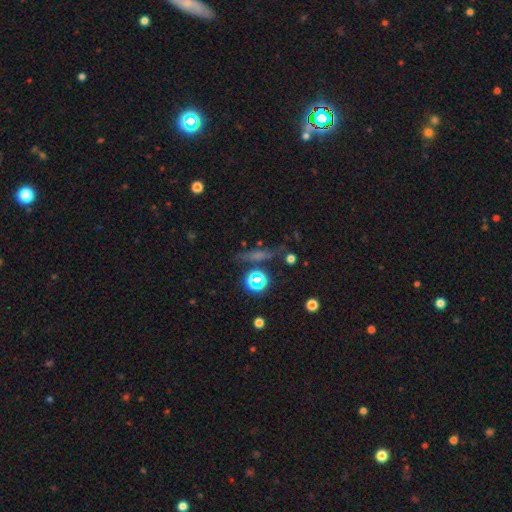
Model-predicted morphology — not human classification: This appears to be a star or artifact, not a galaxy (41%).